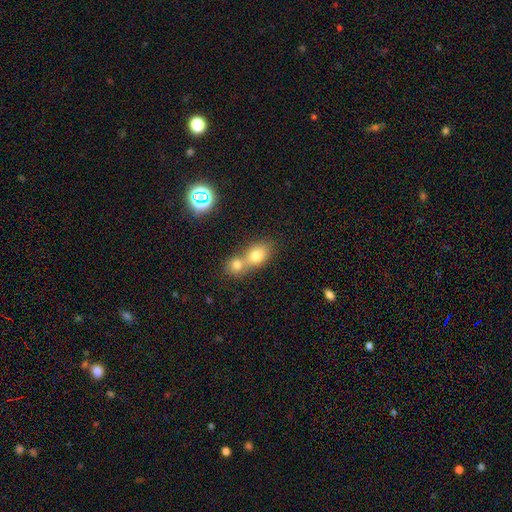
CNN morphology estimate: Smooth or featured?
  - smooth: 75% *
  - featured or disk: 14%
  - star or artifact: 11%
How rounded?
  - in between: 59% *
  - round: 38%
  - cigar-shaped: 3%
Merging?
  - merger: 65% *
  - none: 26%
  - minor disturbance: 6%
  - major disturbance: 3%